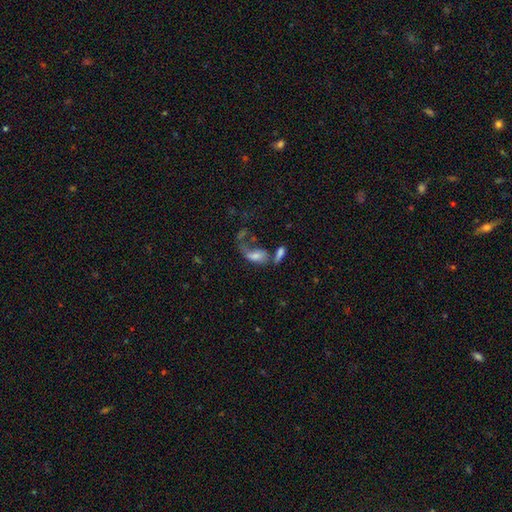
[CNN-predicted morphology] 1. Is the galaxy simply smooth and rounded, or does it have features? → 57% smooth, 32% featured or disk, 11% star or artifact.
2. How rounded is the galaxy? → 85% in between, 8% cigar-shaped, 7% round.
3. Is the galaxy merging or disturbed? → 38% major disturbance, 31% merger, 19% none, 12% minor disturbance.